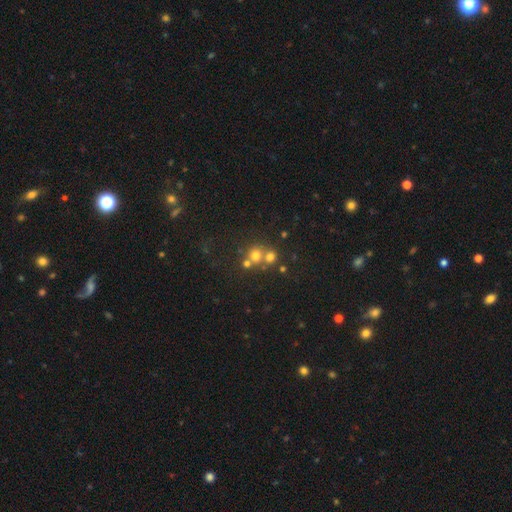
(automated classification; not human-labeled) smooth 66%, star or artifact 19%, featured or disk 14%. Down the decision tree: how rounded — round (86%); merging — none (45%, tied with merger).